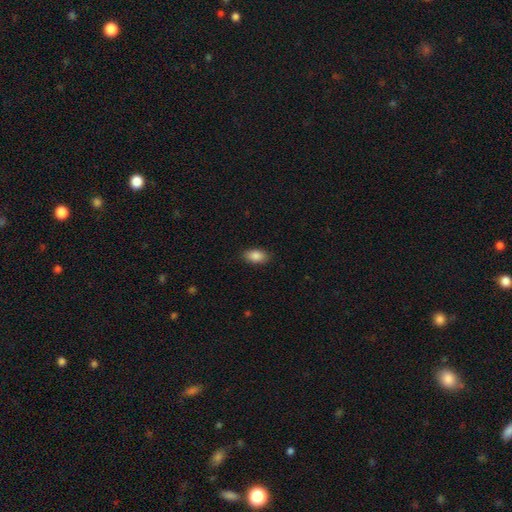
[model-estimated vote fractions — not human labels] Smooth or featured? smooth (87%)
How rounded? in between (92%)
Merging? none (88%)